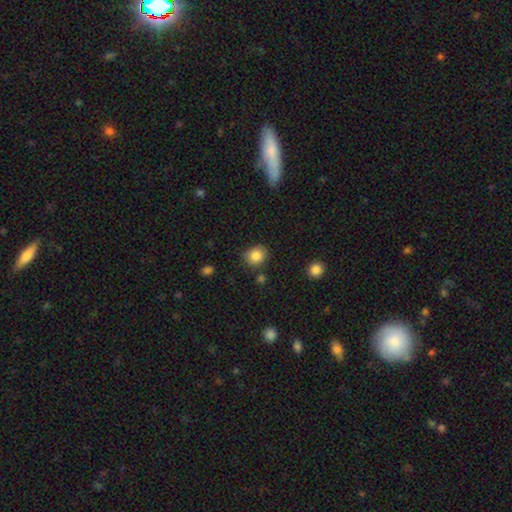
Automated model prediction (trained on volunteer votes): The model was most divided on "how rounded": round: 66%, in between: 33%, cigar-shaped: 1%. More confident: smooth or featured — smooth (85%); merging — none (77%).